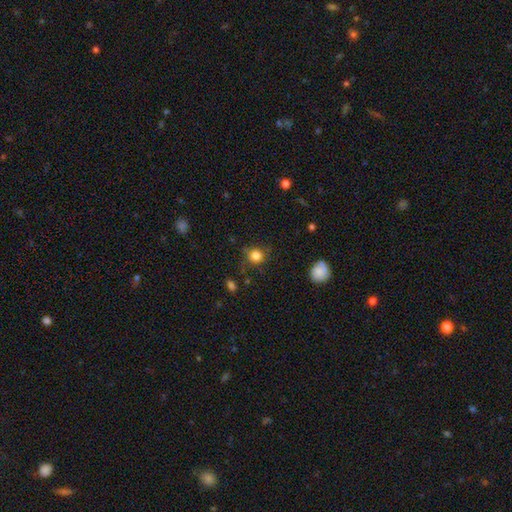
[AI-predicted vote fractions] Q: Smooth or featured?
A: smooth (82%); runner-up: star or artifact (12%)
Q: How rounded?
A: round (89%); runner-up: in between (10%)
Q: Merging?
A: none (76%); runner-up: minor disturbance (16%)